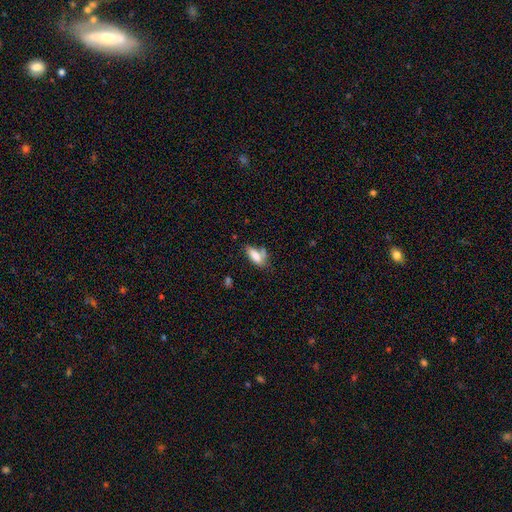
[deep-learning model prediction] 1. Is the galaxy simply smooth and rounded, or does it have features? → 78% smooth, 13% featured or disk, 9% star or artifact.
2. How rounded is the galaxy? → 73% in between, 24% cigar-shaped, 3% round.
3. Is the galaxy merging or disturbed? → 47% none, 22% minor disturbance, 21% merger, 10% major disturbance.